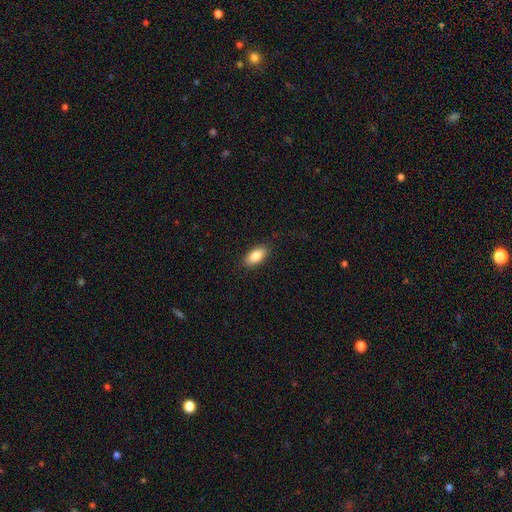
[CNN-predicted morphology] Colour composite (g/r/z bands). It shows a smooth galaxy with no disk features (86%) that is in between round and cigar-shaped (91%). Merging: none (88%).